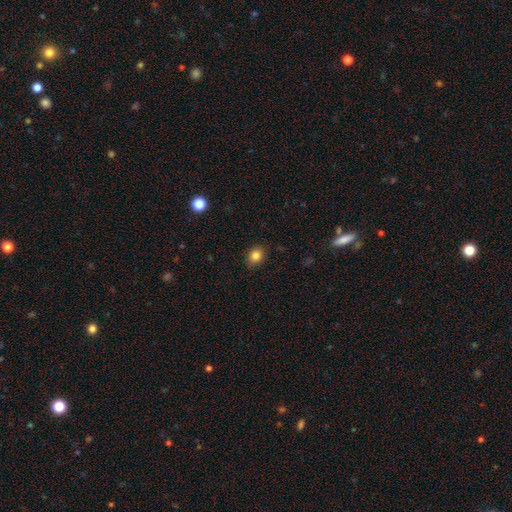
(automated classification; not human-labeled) Smooth or featured? smooth (84%)
How rounded? round (51%)
Merging? none (87%)